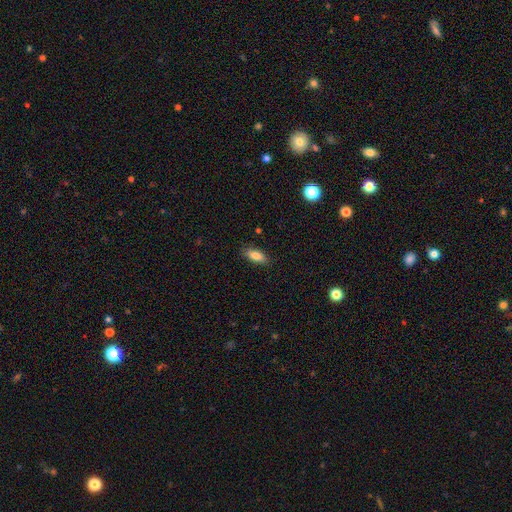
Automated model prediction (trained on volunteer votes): Smooth or featured? smooth (83%)
How rounded? in between (78%)
Merging? none (86%)